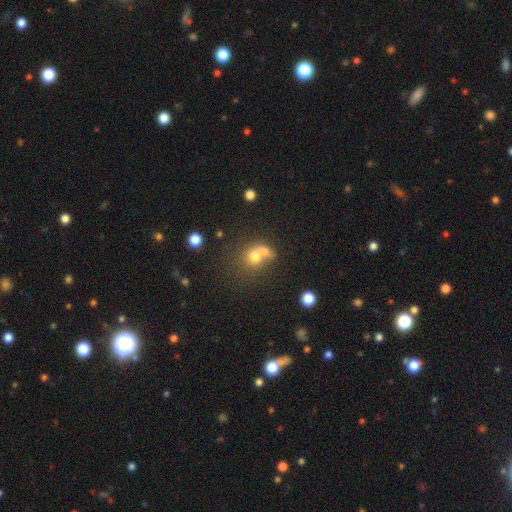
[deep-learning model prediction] Smooth or featured? smooth (69%)
How rounded? round (69%)
Merging? merger (54%)